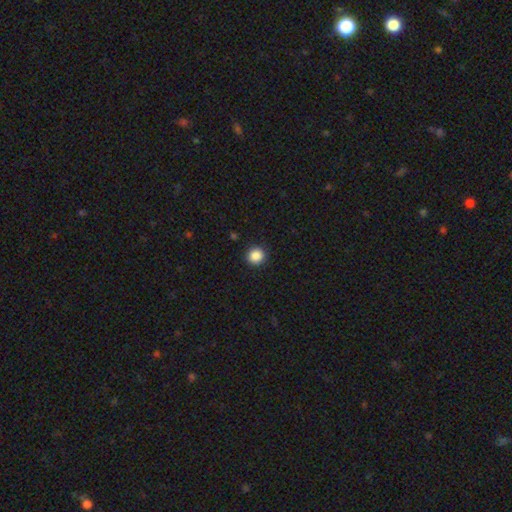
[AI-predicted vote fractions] Morphology: type=smooth (88%); roundness=round (93%); merging=none (92%).